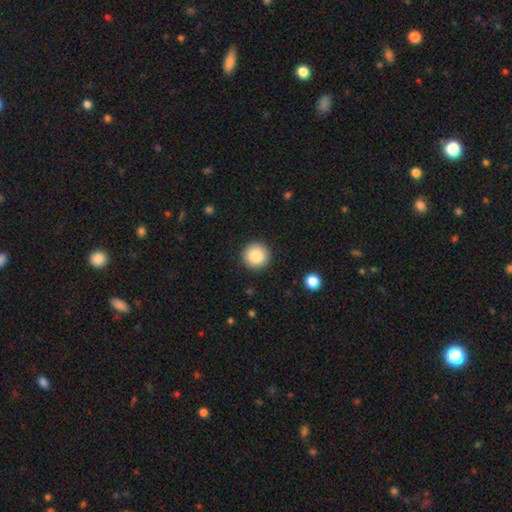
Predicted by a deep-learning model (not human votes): Smooth or featured?
  - smooth: 87% *
  - star or artifact: 9%
  - featured or disk: 5%
How rounded?
  - round: 96% *
  - in between: 4%
  - cigar-shaped: 1%
Merging?
  - none: 92% *
  - minor disturbance: 5%
  - major disturbance: 2%
  - merger: 1%